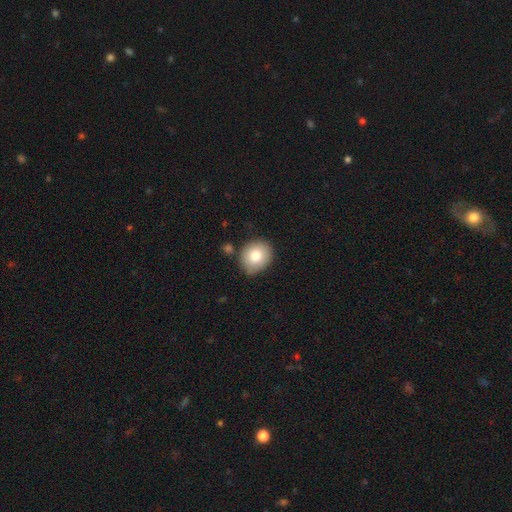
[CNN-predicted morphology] smooth-or-featured: smooth: 79% | featured or disk: 12% | star or artifact: 9%
  how-rounded: round: 71% | in between: 28% | cigar-shaped: 1%
  merging: none: 76% | minor disturbance: 16% | merger: 5% | major disturbance: 3%